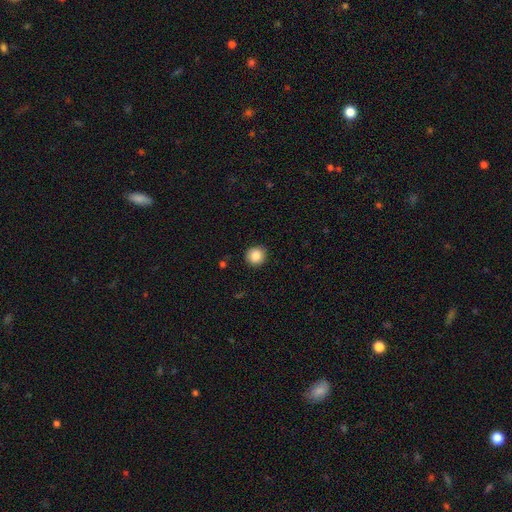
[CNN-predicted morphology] smooth-or-featured: smooth: 86% | star or artifact: 9% | featured or disk: 5%
  how-rounded: round: 92% | in between: 7% | cigar-shaped: 1%
  merging: none: 91% | minor disturbance: 7% | major disturbance: 2% | merger: 1%